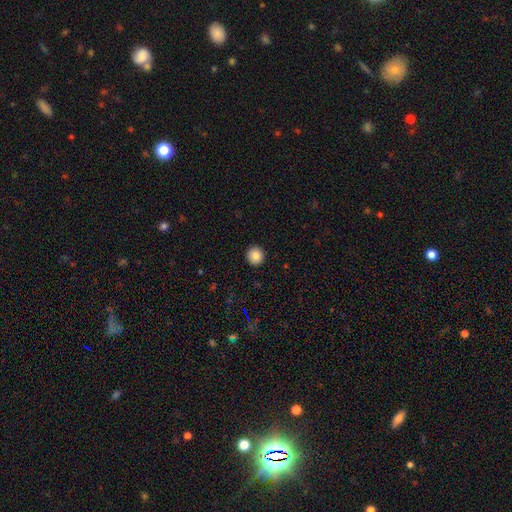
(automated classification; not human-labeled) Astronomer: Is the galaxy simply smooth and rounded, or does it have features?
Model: smooth — 85%.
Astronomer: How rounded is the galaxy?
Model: round — 94%.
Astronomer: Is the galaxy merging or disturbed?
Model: none — 93%.